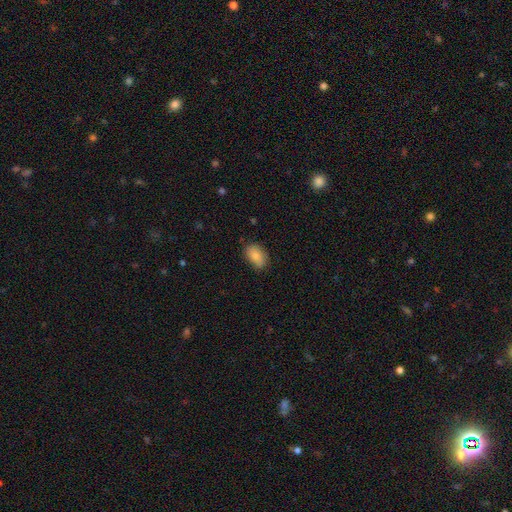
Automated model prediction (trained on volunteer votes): Overall: smooth (84%). How rounded: in between (90%). Merging: none (77%).